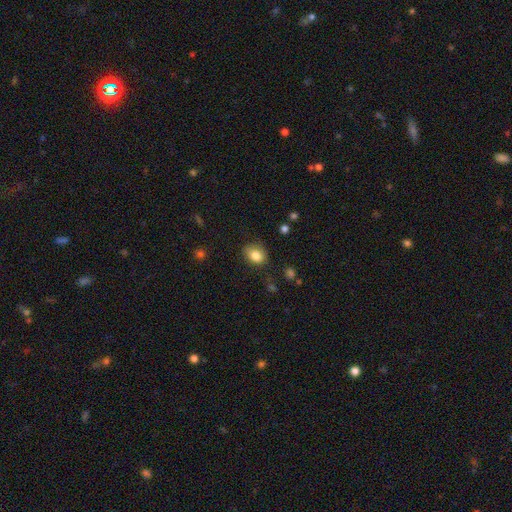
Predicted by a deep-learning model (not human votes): Morphology: type=smooth (83%); roundness=in between (57%); merging=none (75%).